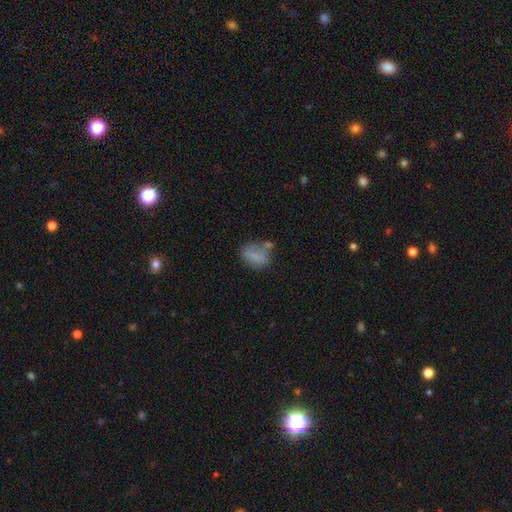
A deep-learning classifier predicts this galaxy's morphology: A smooth galaxy with no disk features (72%) that is in between round and cigar-shaped (66%). Merging: none (44%).